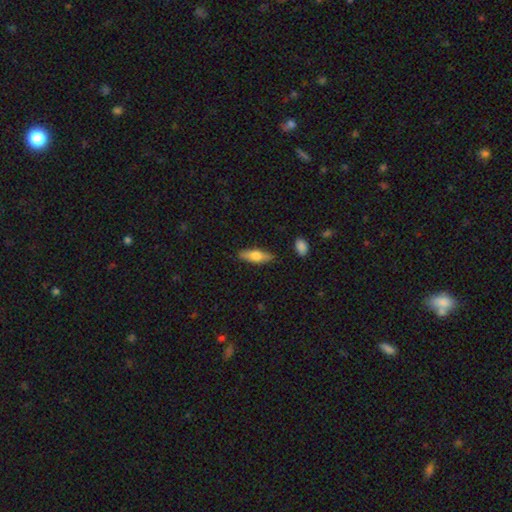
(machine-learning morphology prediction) Smooth or featured? Predicted: smooth (p=0.67). How rounded? Predicted: in between (p=0.50). Merging? Predicted: none (p=0.86).